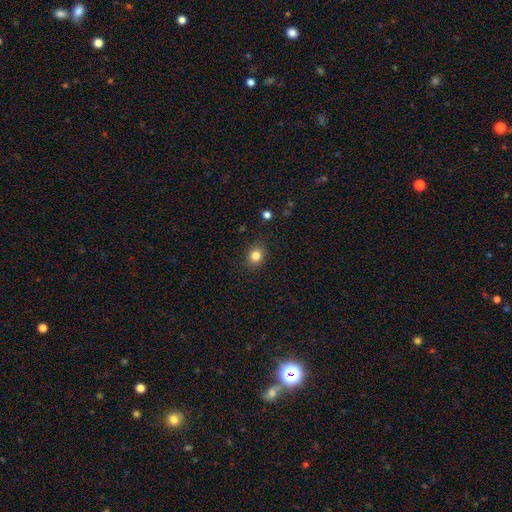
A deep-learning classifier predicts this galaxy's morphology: smooth 83%, star or artifact 11%, featured or disk 6%. Down the decision tree: how rounded — round (66%); merging — none (88%).